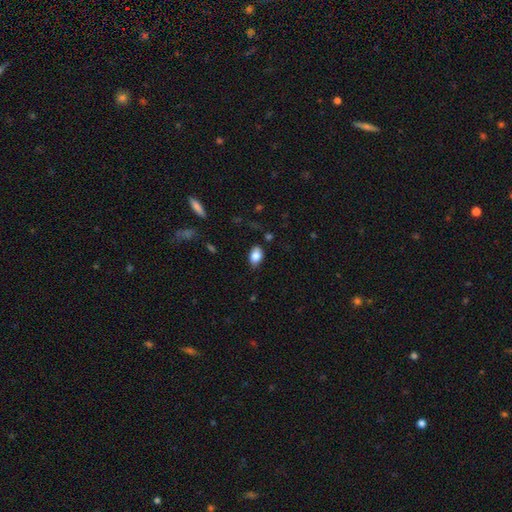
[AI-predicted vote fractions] The model was most divided on "merging": none: 79%, minor disturbance: 16%, major disturbance: 3%, merger: 1%. More confident: how rounded — in between (89%); smooth or featured — smooth (84%).